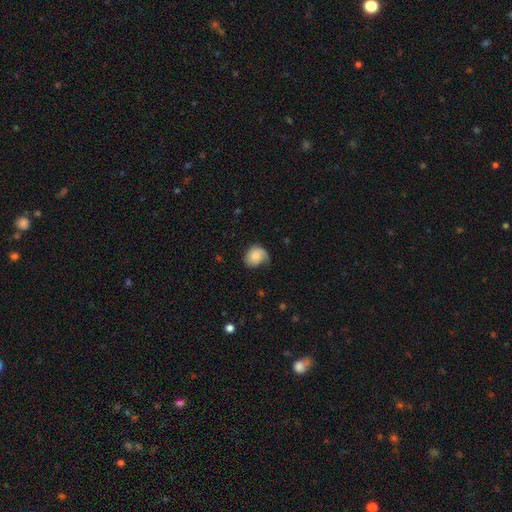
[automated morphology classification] Smooth or featured?
  - smooth: 71% *
  - featured or disk: 22%
  - star or artifact: 8%
How rounded?
  - round: 56% *
  - in between: 43%
  - cigar-shaped: 1%
Merging?
  - none: 48% *
  - minor disturbance: 36%
  - major disturbance: 14%
  - merger: 2%